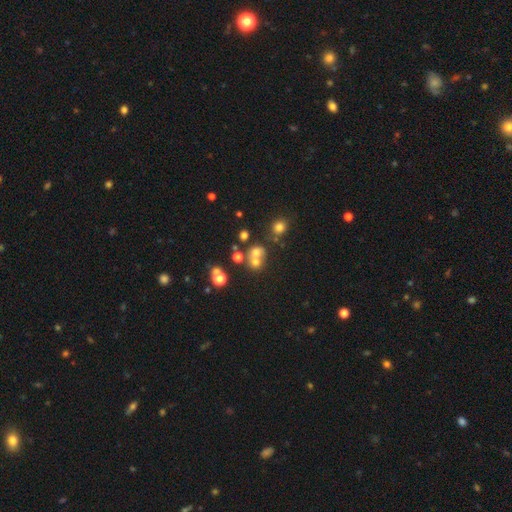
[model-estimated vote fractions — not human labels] A smooth galaxy with no disk features (61%) that is round (78%). Merging: merger (47%).